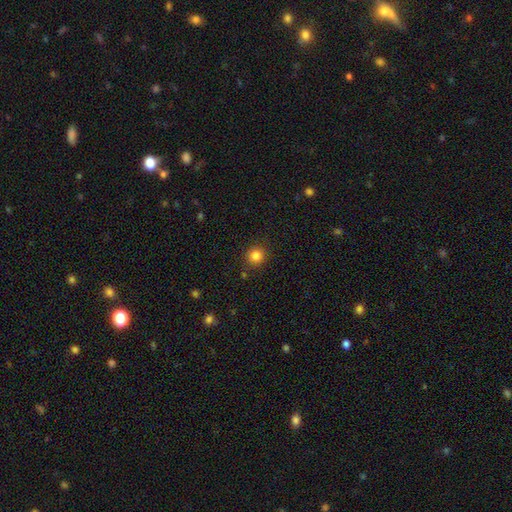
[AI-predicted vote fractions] Overall: smooth (84%). How rounded: round (91%). Merging: none (89%).